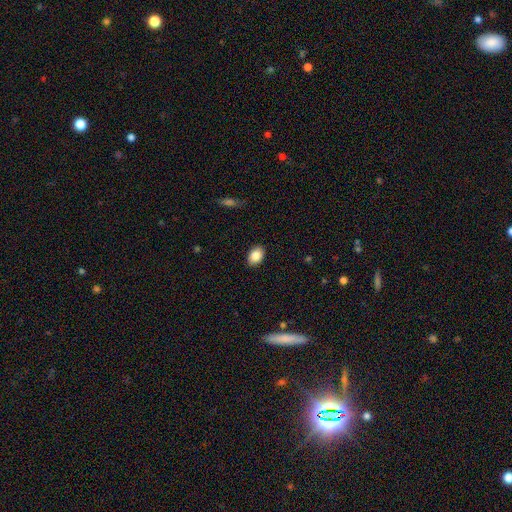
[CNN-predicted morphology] A smooth galaxy with no disk features (86%) that is in between round and cigar-shaped (83%). Merging: none (88%).